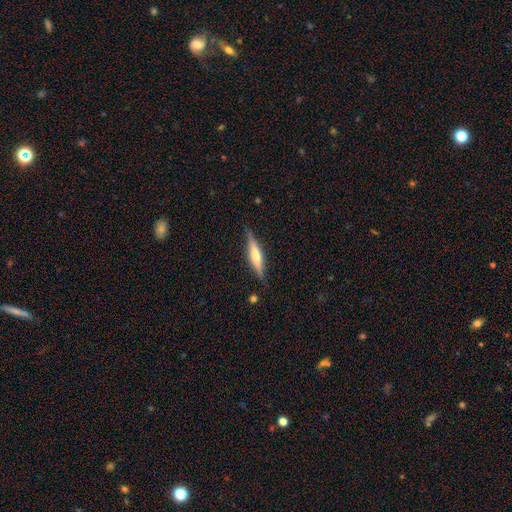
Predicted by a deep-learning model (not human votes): Smooth or featured? Predicted: featured or disk (p=0.53). Edge-on disk? Predicted: yes (p=0.94). Edge-on bulge? Predicted: rounded (p=0.75). Merging? Predicted: none (p=0.85).